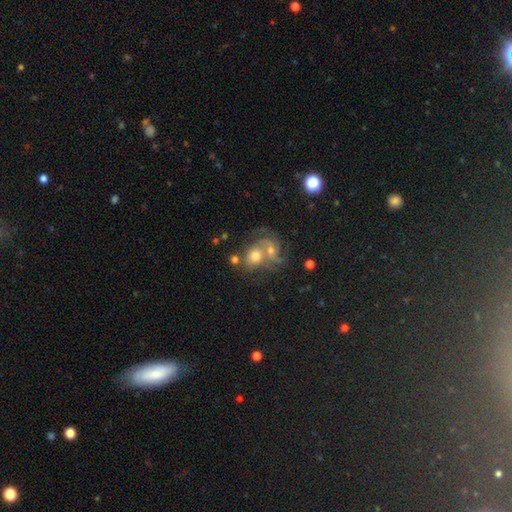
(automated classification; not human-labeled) Smooth or featured? Predicted: featured or disk (p=0.51). Edge-on disk? Predicted: no (p=0.96). Merging? Predicted: merger (p=0.55).